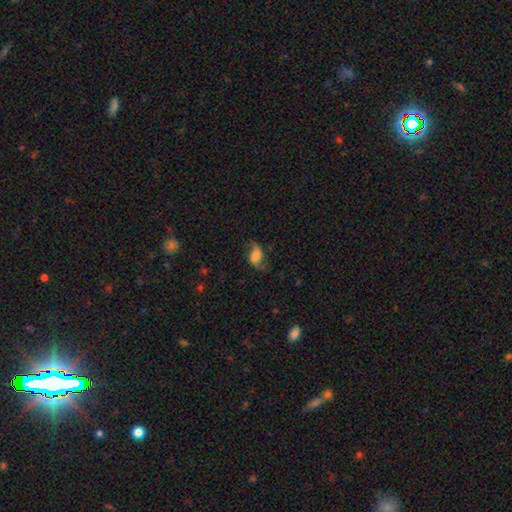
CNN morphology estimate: Smooth or featured? featured or disk (58%)
Edge-on disk? no (94%)
Bar? no (54%)
Spiral arms? yes (91%)
Bulge size? large (35%)
Merging? none (66%)